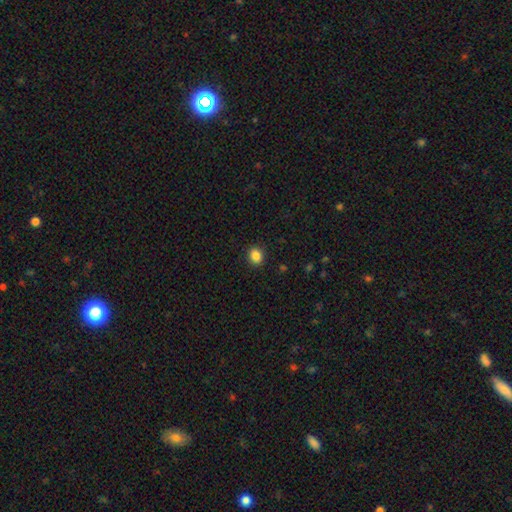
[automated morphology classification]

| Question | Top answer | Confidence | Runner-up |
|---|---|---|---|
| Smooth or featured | smooth | 86% | star or artifact (10%) |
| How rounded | round | 65% | in between (34%) |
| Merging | none | 91% | minor disturbance (6%) |